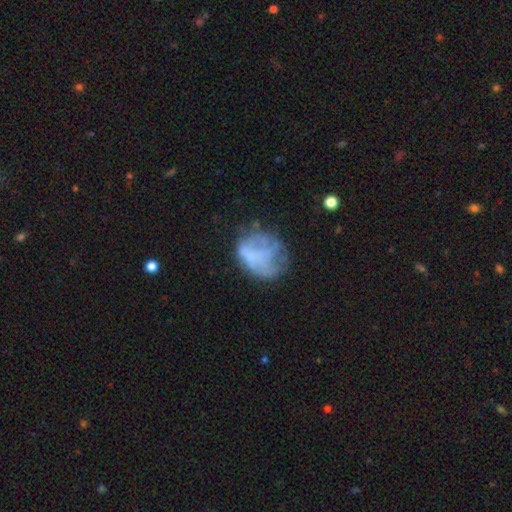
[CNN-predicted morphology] Q: Smooth or featured?
A: smooth (45%); runner-up: featured or disk (44%)
Q: Merging?
A: none (47%); runner-up: minor disturbance (25%)